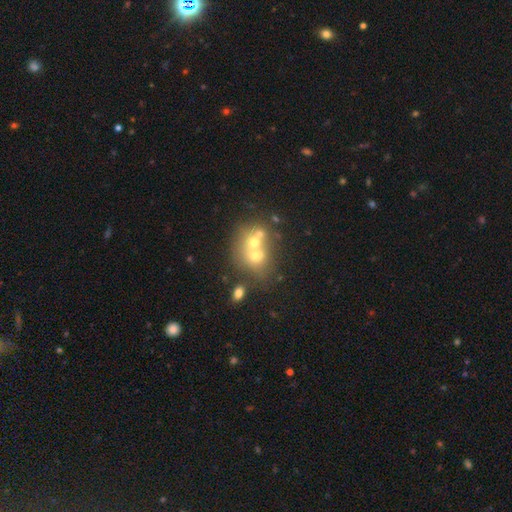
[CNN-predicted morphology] smooth_or_featured: smooth (p=0.54) [alt: featured or disk p=0.31]
how_rounded: round (p=0.63) [alt: in between p=0.36]
merging: merger (p=0.60) [alt: none p=0.28]